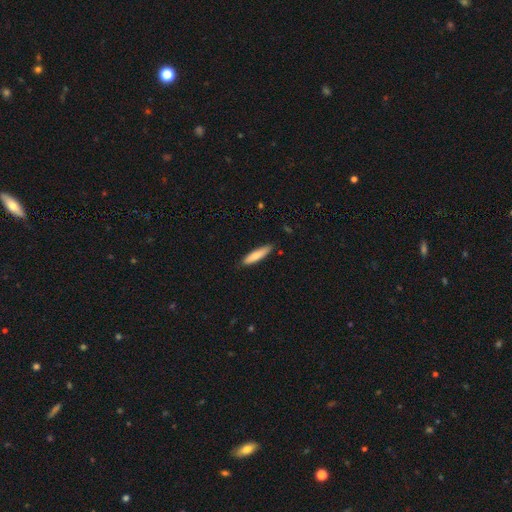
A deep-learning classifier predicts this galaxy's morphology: smooth-or-featured: smooth: 77% | featured or disk: 18% | star or artifact: 6%
  how-rounded: cigar-shaped: 78% | in between: 20% | round: 1%
  merging: none: 84% | minor disturbance: 13% | major disturbance: 2% | merger: 1%